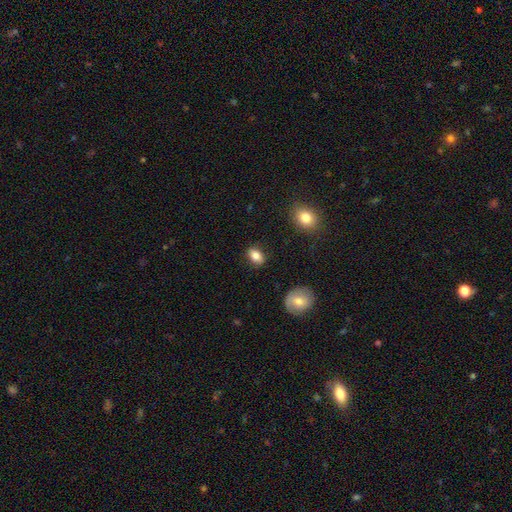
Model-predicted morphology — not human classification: Q: Smooth or featured?
A: smooth (83%); runner-up: star or artifact (8%)
Q: How rounded?
A: in between (79%); runner-up: round (19%)
Q: Merging?
A: none (85%); runner-up: minor disturbance (11%)